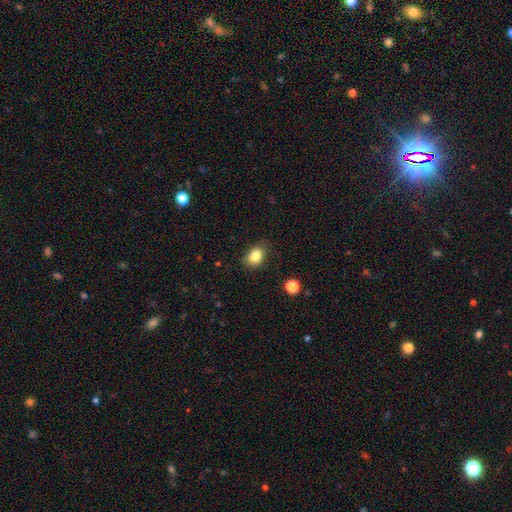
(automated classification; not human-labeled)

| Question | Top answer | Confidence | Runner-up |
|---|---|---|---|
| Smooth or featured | smooth | 84% | star or artifact (10%) |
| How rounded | in between | 66% | round (33%) |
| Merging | none | 77% | minor disturbance (17%) |